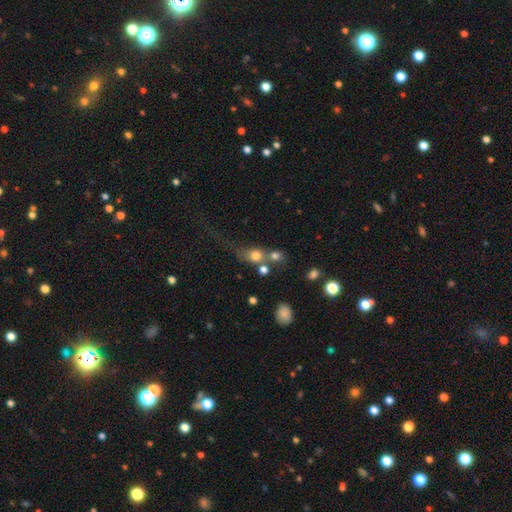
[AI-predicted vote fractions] smooth-or-featured: smooth: 71% | featured or disk: 16% | star or artifact: 14%
  how-rounded: round: 66% | in between: 29% | cigar-shaped: 5%
  merging: merger: 41% | none: 31% | major disturbance: 17% | minor disturbance: 11%